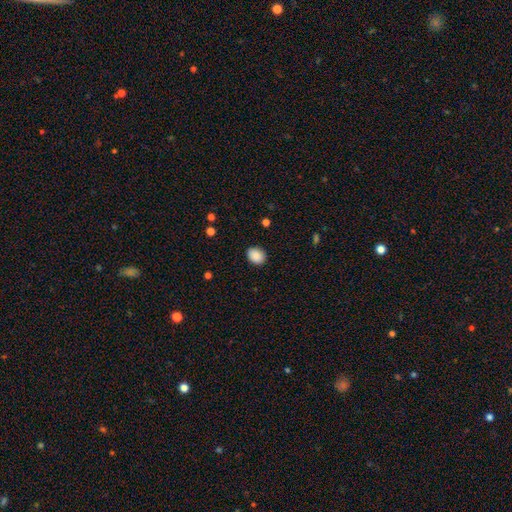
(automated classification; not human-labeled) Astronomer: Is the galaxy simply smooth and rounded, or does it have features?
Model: smooth — 89%.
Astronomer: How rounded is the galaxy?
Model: in between — 60% (runner-up: round, 39%).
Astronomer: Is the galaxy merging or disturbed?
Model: none — 88%.